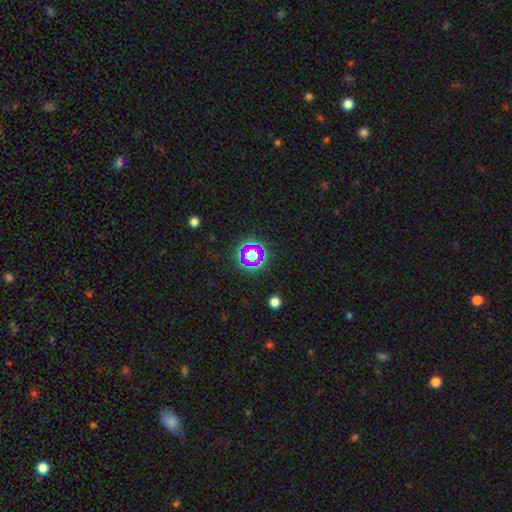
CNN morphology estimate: type=star or artifact (63%).